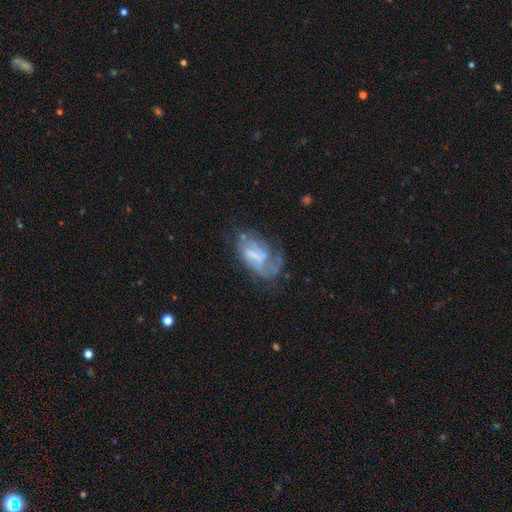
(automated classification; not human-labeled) smooth_or_featured: featured or disk (p=0.65) [alt: smooth p=0.26]
disk_edge_on: no (p=0.96) [alt: yes p=0.04]
bar: weak (p=0.44) [alt: no p=0.32]
has_spiral_arms: yes (p=0.66) [alt: no p=0.34]
bulge_size: none (p=0.45) [alt: small p=0.25]
merging: none (p=0.36) [alt: major disturbance p=0.34]